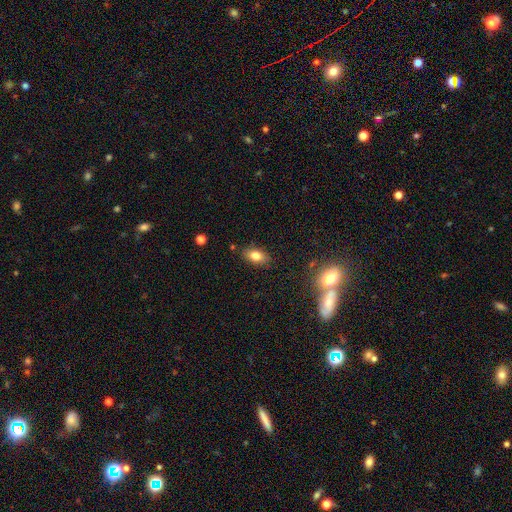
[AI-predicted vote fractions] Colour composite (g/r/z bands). It shows a smooth galaxy with no disk features (80%) that is in between round and cigar-shaped (88%). Merging: none (84%).